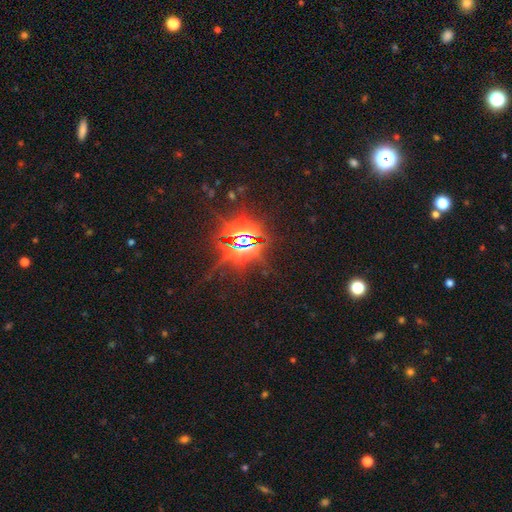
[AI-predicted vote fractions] Overall: star or artifact (85%).